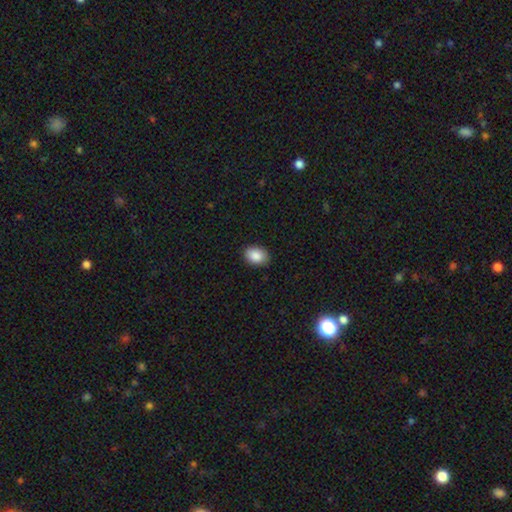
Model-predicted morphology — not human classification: The model was most divided on "how rounded": in between: 76%, round: 23%, cigar-shaped: 1%. More confident: smooth or featured — smooth (88%); merging — none (88%).